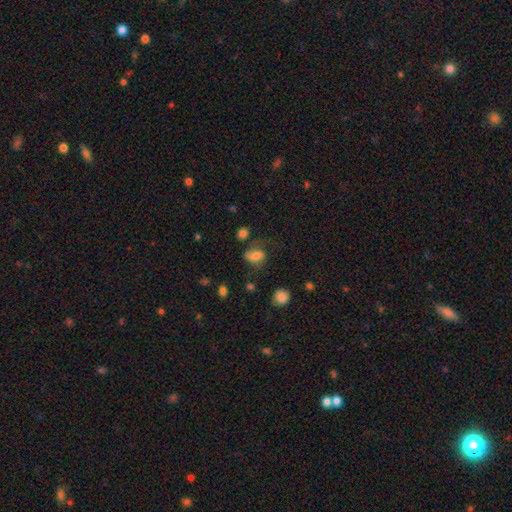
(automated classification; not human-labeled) smooth_or_featured: smooth (p=0.63) [alt: featured or disk p=0.25]
how_rounded: in between (p=0.68) [alt: round p=0.30]
merging: none (p=0.45) [alt: minor disturbance p=0.26]